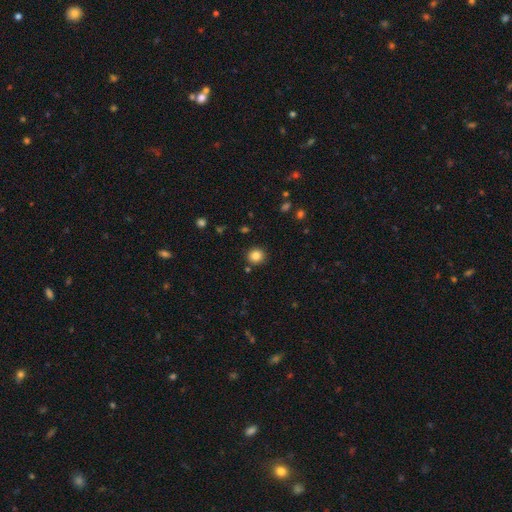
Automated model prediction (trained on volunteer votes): This appears to be a smooth galaxy with no disk features (84%) that is round (90%). Merging: none (89%).